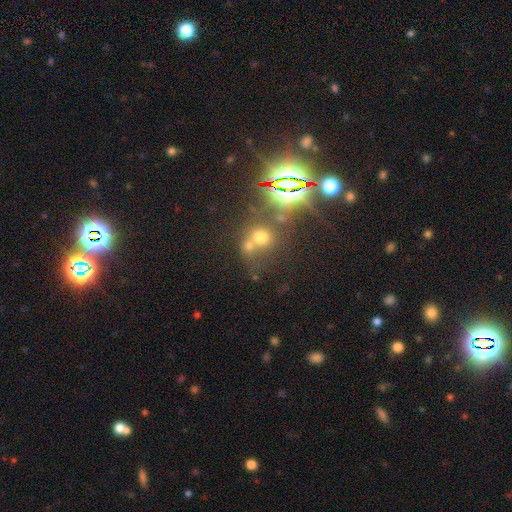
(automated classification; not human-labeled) Smooth or featured: star or artifact — 53% (smooth — 33%)